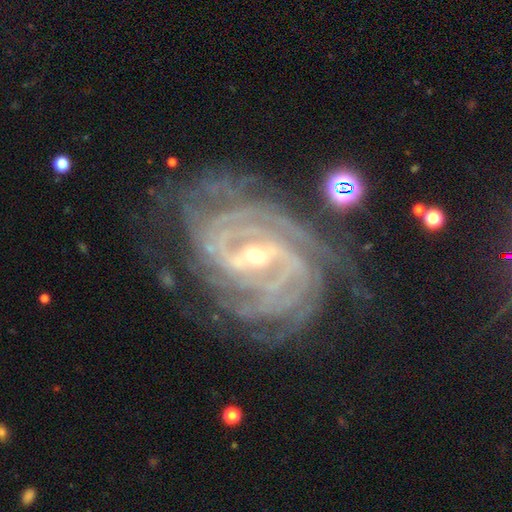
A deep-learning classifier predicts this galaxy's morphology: smooth_or_featured: featured or disk (p=0.92) [alt: star or artifact p=0.05]
disk_edge_on: no (p=0.97) [alt: yes p=0.03]
bar: strong (p=0.51) [alt: weak p=0.38]
has_spiral_arms: yes (p=0.98) [alt: no p=0.02]
spiral_winding: tight (p=0.78) [alt: medium p=0.19]
spiral_arm_count: 4 (p=0.30) [alt: more than 4 p=0.19]
bulge_size: small (p=0.61) [alt: moderate p=0.36]
merging: none (p=0.73) [alt: minor disturbance p=0.17]